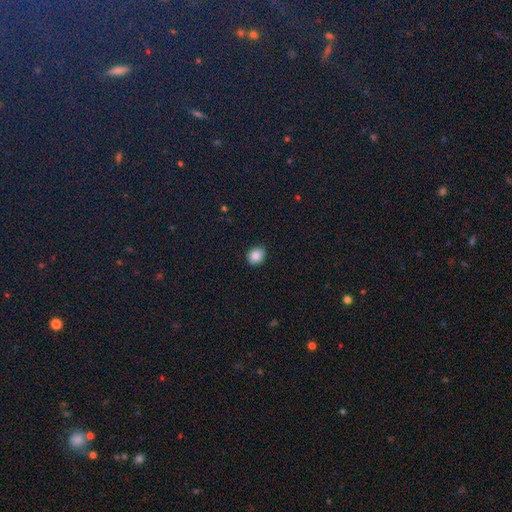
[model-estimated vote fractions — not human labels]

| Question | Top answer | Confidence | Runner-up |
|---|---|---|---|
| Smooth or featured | smooth | 86% | star or artifact (9%) |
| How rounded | round | 67% | in between (32%) |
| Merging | none | 83% | minor disturbance (14%) |